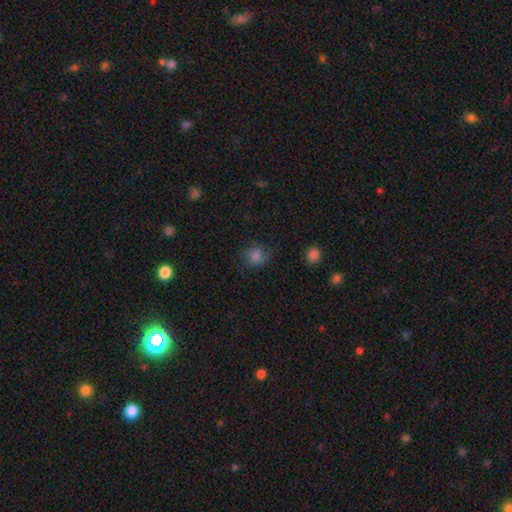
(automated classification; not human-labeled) smooth 80%, star or artifact 14%, featured or disk 6%. Down the decision tree: how rounded — round (85%); merging — none (74%).